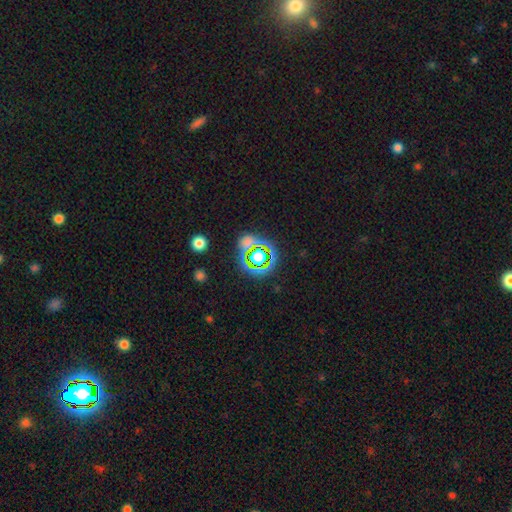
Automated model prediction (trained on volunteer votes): Smooth or featured: star or artifact — 74% (smooth — 16%)